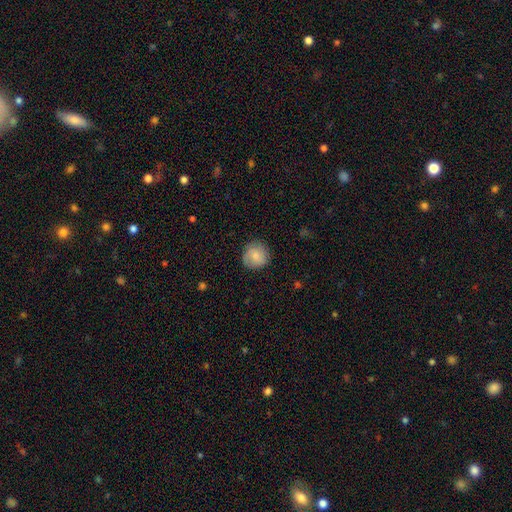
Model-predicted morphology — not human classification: Overall: smooth (73%). How rounded: round (91%). Merging: none (82%).